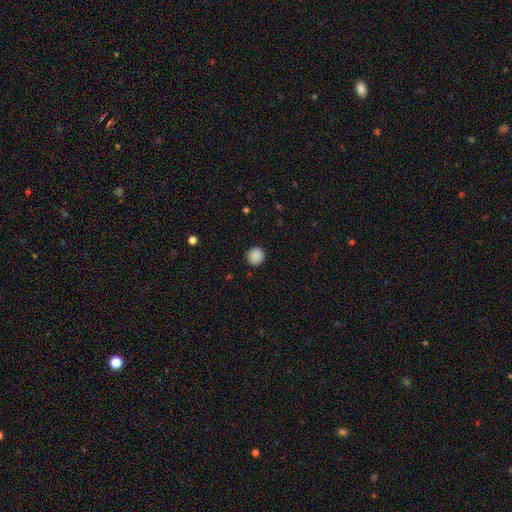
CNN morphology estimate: Q: Smooth or featured?
A: smooth (89%); runner-up: star or artifact (9%)
Q: How rounded?
A: round (93%); runner-up: in between (6%)
Q: Merging?
A: none (91%); runner-up: minor disturbance (6%)